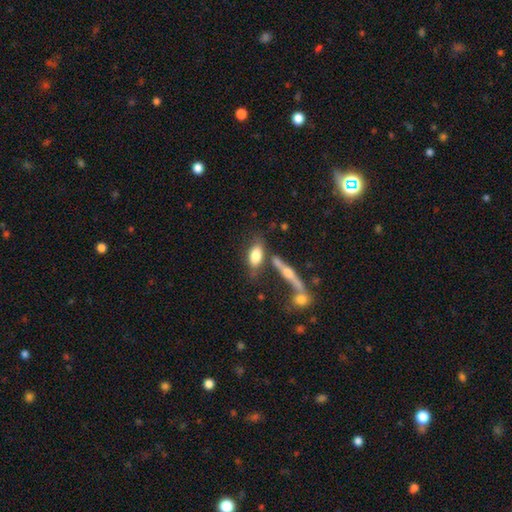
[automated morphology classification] This is likely a smooth galaxy (74%). How rounded: clearly in between (84%). Merging: possibly none (55%).